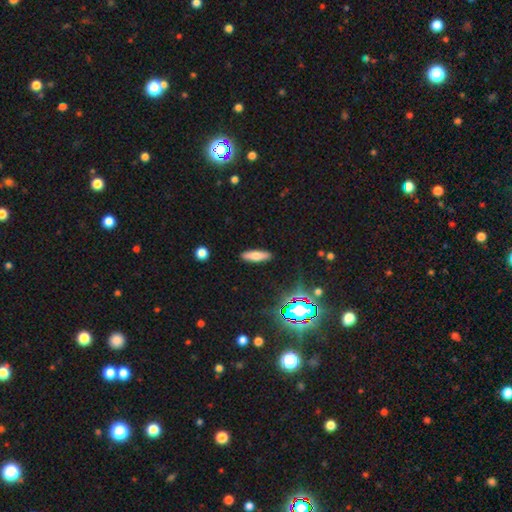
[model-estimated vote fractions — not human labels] Smooth or featured?
  - smooth: 67% *
  - featured or disk: 22%
  - star or artifact: 11%
How rounded?
  - cigar-shaped: 50% *
  - in between: 47%
  - round: 3%
Merging?
  - none: 89% *
  - minor disturbance: 8%
  - major disturbance: 2%
  - merger: 1%